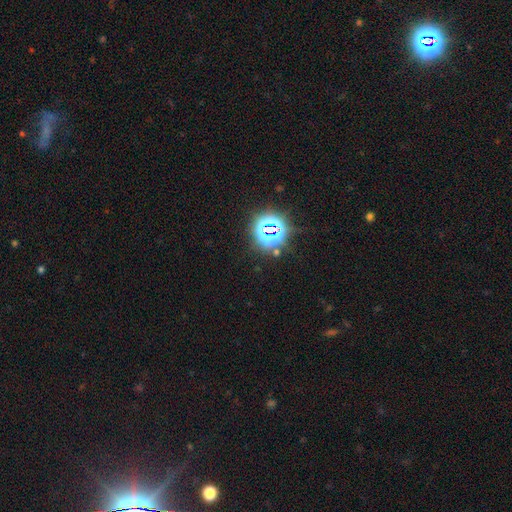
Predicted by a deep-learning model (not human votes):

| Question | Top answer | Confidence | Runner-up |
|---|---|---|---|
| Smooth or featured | star or artifact | 81% | smooth (13%) |